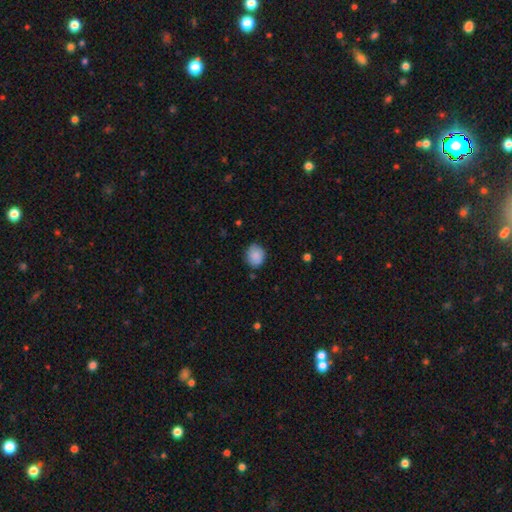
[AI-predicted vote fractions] This is clearly a smooth galaxy (88%). How rounded: likely round (69%). Merging: clearly none (81%).